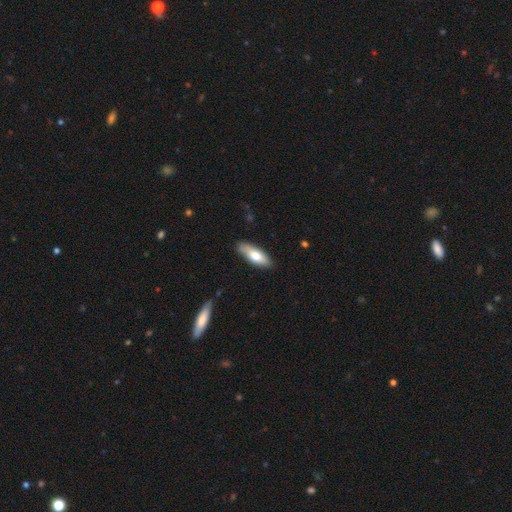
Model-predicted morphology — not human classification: smooth_or_featured: smooth (p=0.70) [alt: featured or disk p=0.25]
how_rounded: in between (p=0.64) [alt: cigar-shaped p=0.33]
merging: none (p=0.79) [alt: minor disturbance p=0.16]